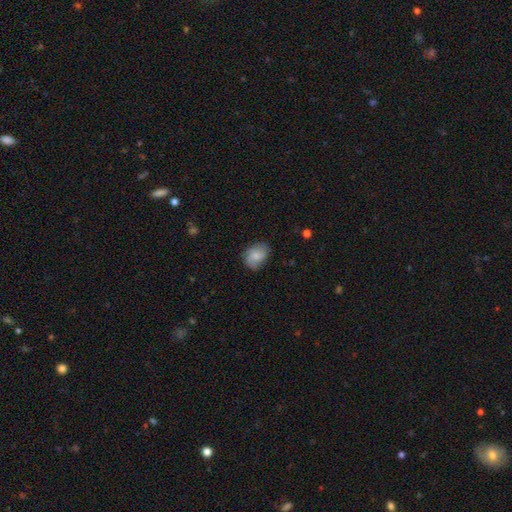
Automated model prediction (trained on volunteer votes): Smooth or featured? smooth (76%)
How rounded? in between (69%)
Merging? none (72%)